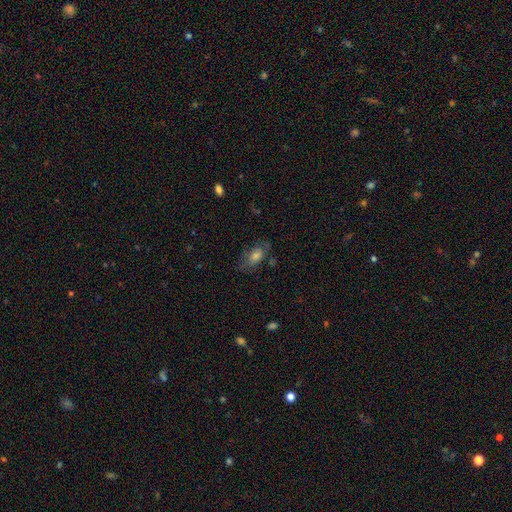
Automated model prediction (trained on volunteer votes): Morphology: type=smooth (55%); roundness=in between (84%); merging=none (67%).